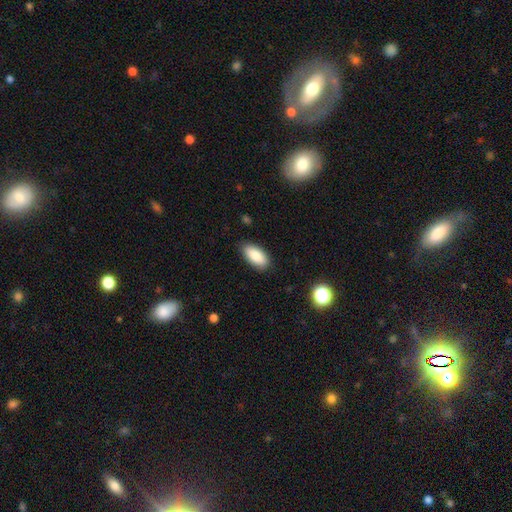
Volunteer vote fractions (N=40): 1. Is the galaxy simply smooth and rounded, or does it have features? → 90% smooth, 8% star or artifact, 2% featured or disk.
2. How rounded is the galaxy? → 89% in between, 8% cigar-shaped, 3% round.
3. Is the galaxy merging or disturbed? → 73% none, 14% minor disturbance, 8% major disturbance, 5% merger.